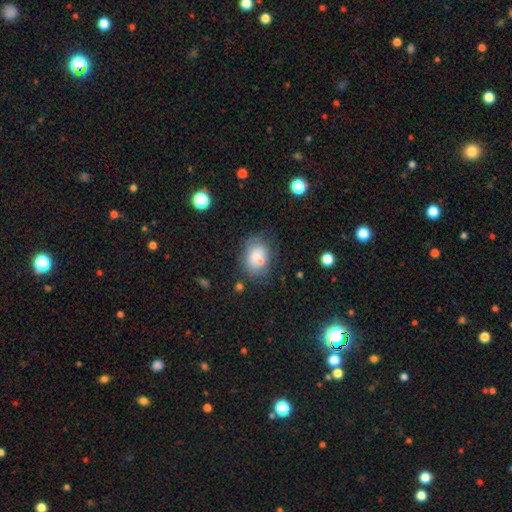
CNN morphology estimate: Smooth or featured?
  - smooth: 71% *
  - featured or disk: 17%
  - star or artifact: 12%
How rounded?
  - in between: 70% *
  - round: 29%
  - cigar-shaped: 1%
Merging?
  - none: 56% *
  - minor disturbance: 23%
  - merger: 11%
  - major disturbance: 10%